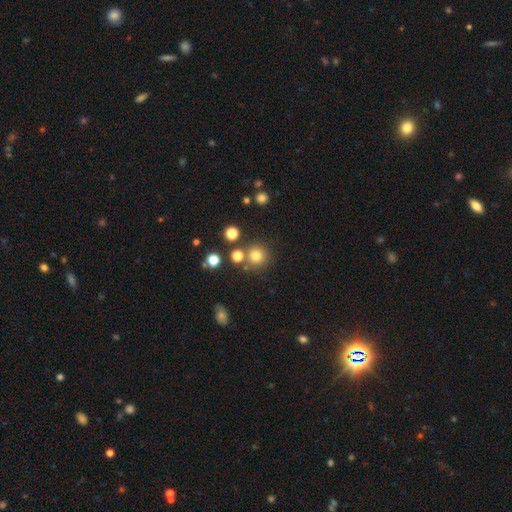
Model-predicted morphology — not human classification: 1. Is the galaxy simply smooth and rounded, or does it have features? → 77% smooth, 16% star or artifact, 7% featured or disk.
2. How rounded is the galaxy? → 94% round, 5% in between, 1% cigar-shaped.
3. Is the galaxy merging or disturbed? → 79% none, 10% merger, 8% minor disturbance, 3% major disturbance.